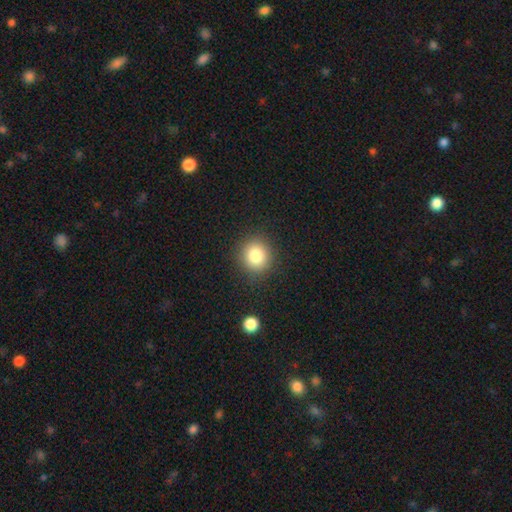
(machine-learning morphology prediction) type=smooth (81%); roundness=round (88%); merging=none (89%).